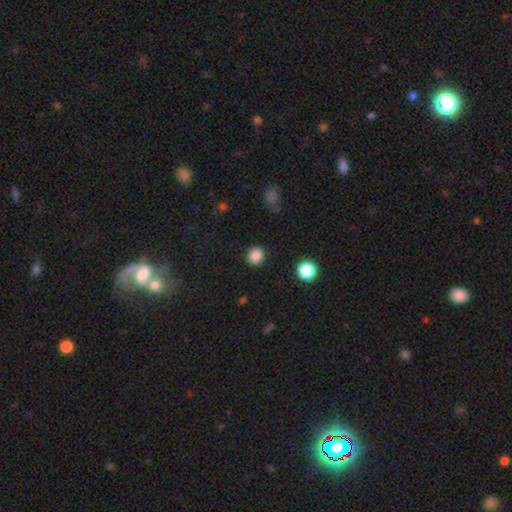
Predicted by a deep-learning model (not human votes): This is clearly a smooth galaxy (86%). How rounded: clearly round (86%). Merging: clearly none (89%).